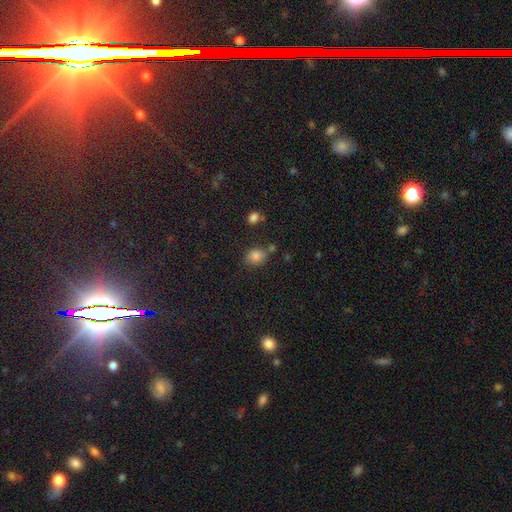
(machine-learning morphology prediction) smooth_or_featured: smooth (p=0.82) [alt: star or artifact p=0.13]
how_rounded: in between (p=0.55) [alt: round p=0.44]
merging: none (p=0.65) [alt: minor disturbance p=0.17]